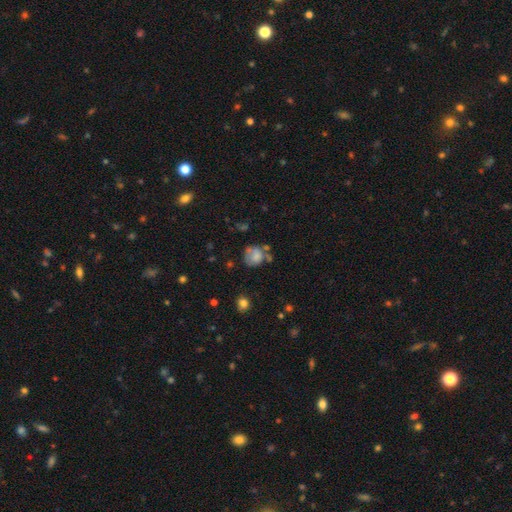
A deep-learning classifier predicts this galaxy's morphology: This is likely a smooth galaxy (67%). How rounded: likely round (72%). Merging: marginally none (43%).